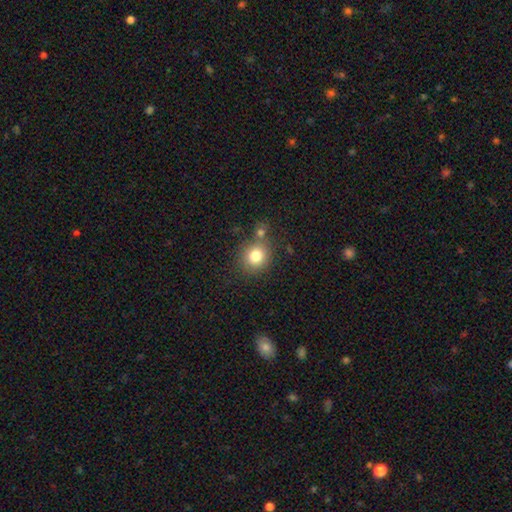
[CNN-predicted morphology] This appears to be a smooth galaxy with no disk features (81%) that is round (83%). Merging: none (67%).